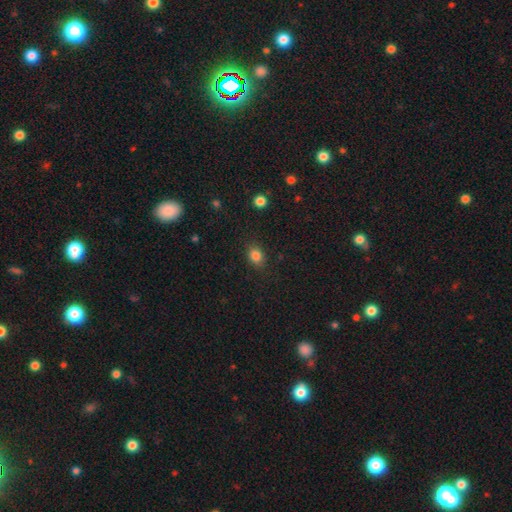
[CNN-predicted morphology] smooth 83%, star or artifact 11%, featured or disk 5%. Down the decision tree: how rounded — in between (54%); merging — none (84%).